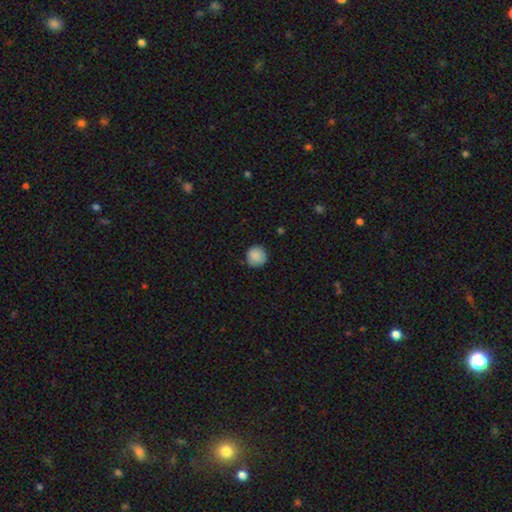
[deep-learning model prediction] Smooth or featured?
  - smooth: 88% *
  - star or artifact: 8%
  - featured or disk: 4%
How rounded?
  - round: 94% *
  - in between: 5%
  - cigar-shaped: 1%
Merging?
  - none: 84% *
  - minor disturbance: 13%
  - major disturbance: 2%
  - merger: 1%